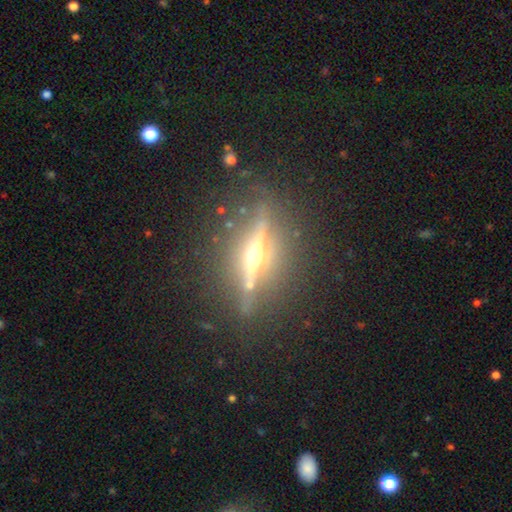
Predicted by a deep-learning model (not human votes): featured or disk 82%, smooth 9%, star or artifact 8%. Down the decision tree: edge-on disk — yes (95%); edge-on bulge — rounded (94%); merging — none (83%).